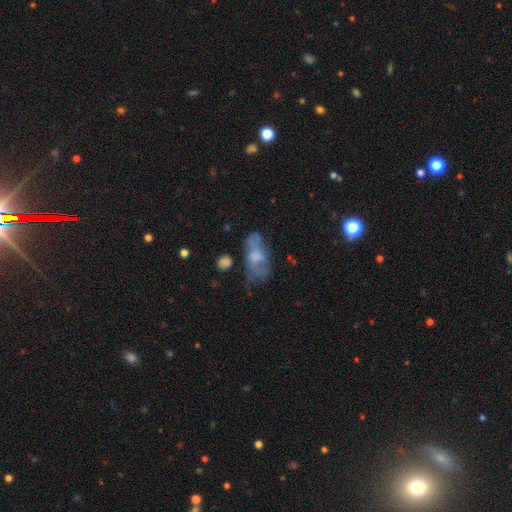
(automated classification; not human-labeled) This is possibly a smooth galaxy (46%). Merging: possibly none (45%).